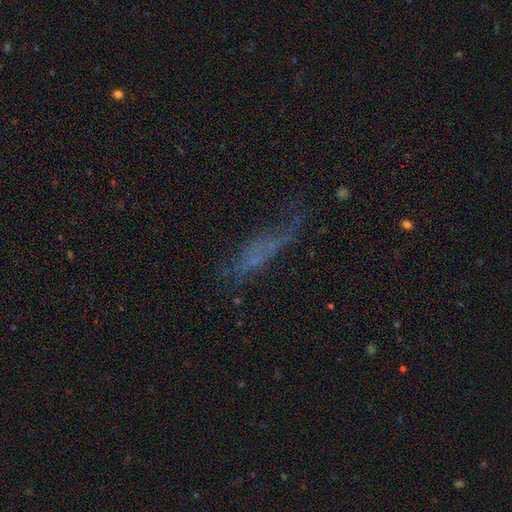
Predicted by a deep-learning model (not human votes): Overall: smooth (41%; featured or disk 37%). Merging: none (38%; major disturbance 34%).